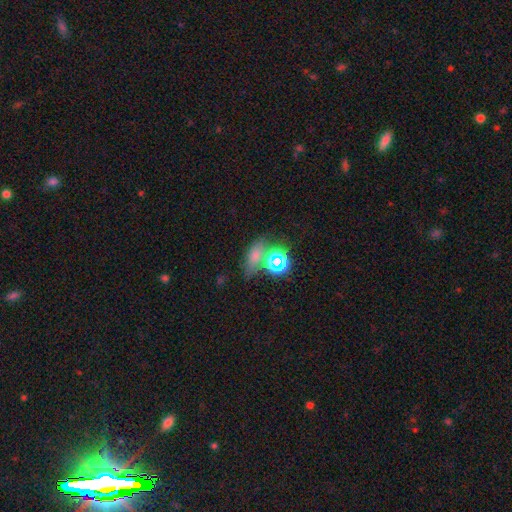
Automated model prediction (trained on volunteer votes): Smooth or featured?
  - smooth: 58% *
  - star or artifact: 30%
  - featured or disk: 12%
How rounded?
  - in between: 66% *
  - round: 25%
  - cigar-shaped: 9%
Merging?
  - none: 58% *
  - merger: 17%
  - minor disturbance: 17%
  - major disturbance: 8%